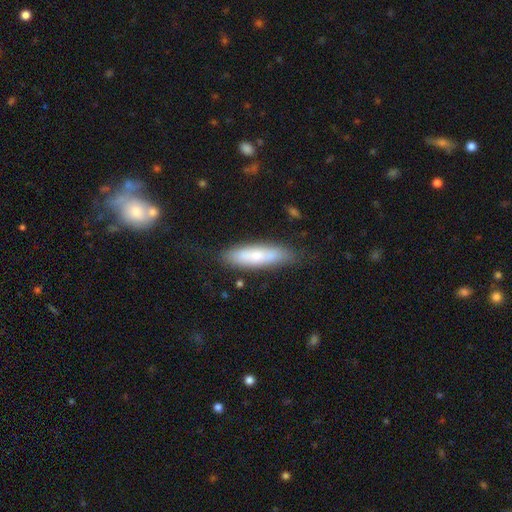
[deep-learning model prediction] This is likely a smooth galaxy (67%). How rounded: likely cigar-shaped (65%). Merging: likely none (77%).